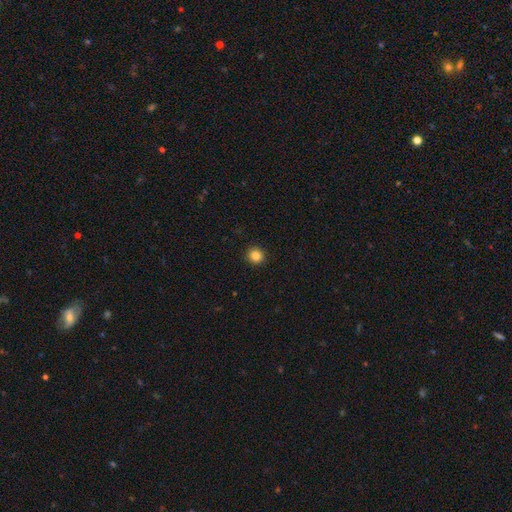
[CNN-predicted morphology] This is clearly a smooth galaxy (84%). How rounded: clearly round (94%). Merging: clearly none (93%).